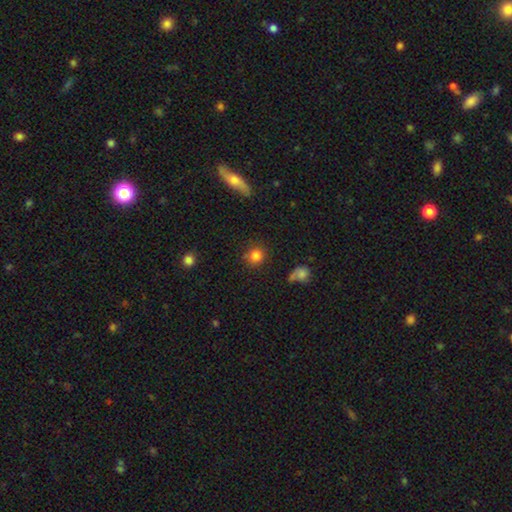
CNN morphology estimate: Smooth or featured? Predicted: smooth (p=0.82). How rounded? Predicted: round (p=0.87). Merging? Predicted: none (p=0.80).